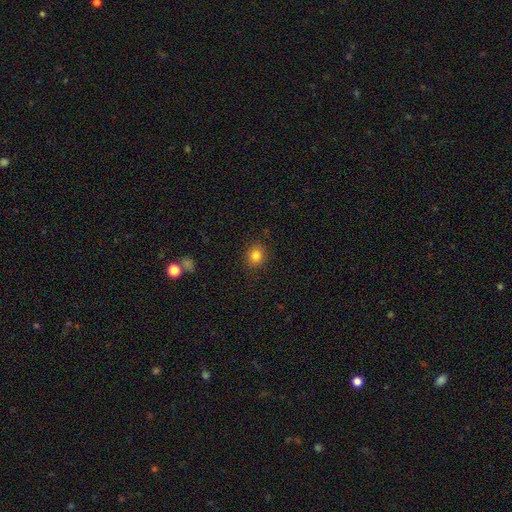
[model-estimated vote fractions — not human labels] Smooth or featured: smooth — 82% (star or artifact — 12%)
How rounded: round — 76% (in between — 23%)
Merging: none — 89% (minor disturbance — 7%)